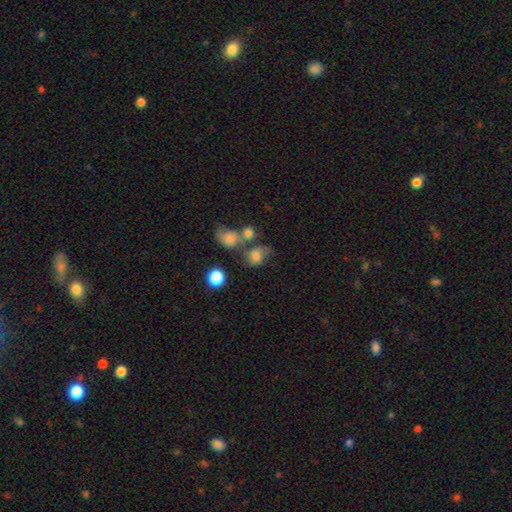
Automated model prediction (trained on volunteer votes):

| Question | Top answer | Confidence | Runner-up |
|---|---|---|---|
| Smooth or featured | smooth | 70% | featured or disk (18%) |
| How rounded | round | 54% | in between (45%) |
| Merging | merger | 34% | tied: none (34%) |